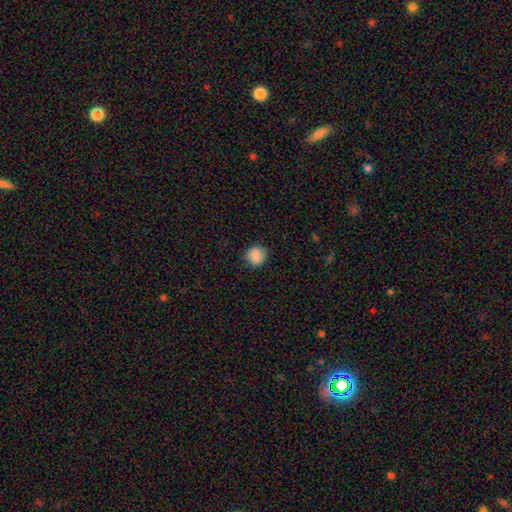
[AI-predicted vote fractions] Overall: smooth (88%). How rounded: round (88%). Merging: none (87%).